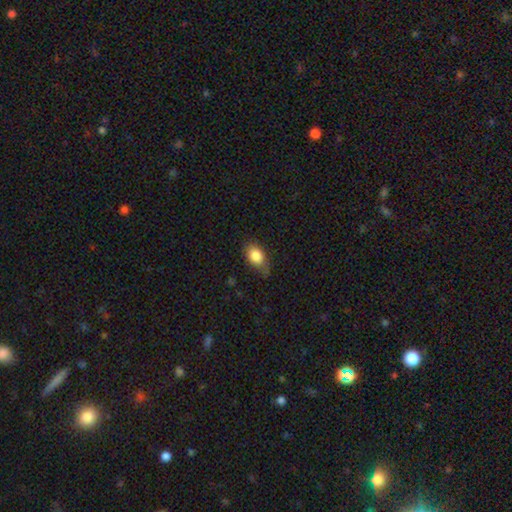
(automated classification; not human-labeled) This is clearly a smooth galaxy (84%). How rounded: likely in between (79%). Merging: likely none (66%).